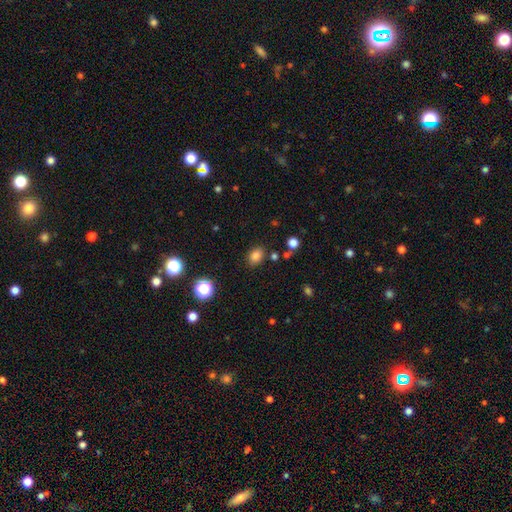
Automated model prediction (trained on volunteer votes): Smooth or featured? smooth (81%)
How rounded? in between (61%)
Merging? none (84%)